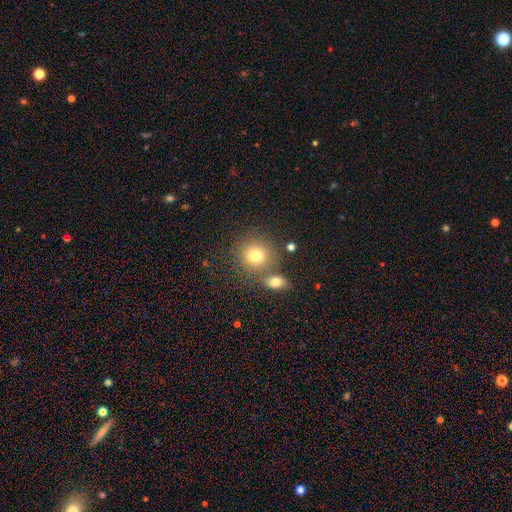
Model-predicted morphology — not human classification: smooth-or-featured: smooth: 76% | star or artifact: 13% | featured or disk: 12%
  how-rounded: round: 87% | in between: 12% | cigar-shaped: 1%
  merging: none: 66% | merger: 20% | minor disturbance: 10% | major disturbance: 4%